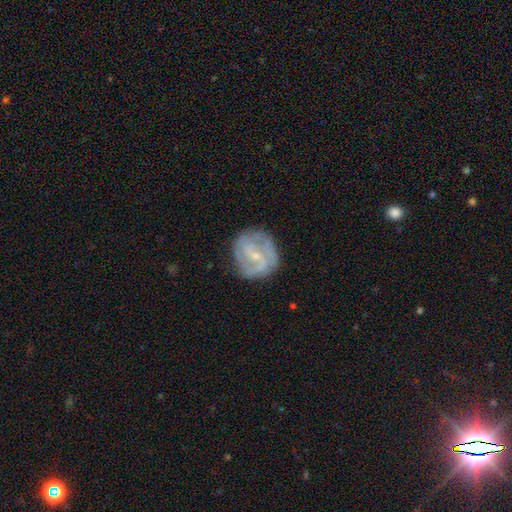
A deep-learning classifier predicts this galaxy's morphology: A featured or disk galaxy (81%) with a weak bar (52%), 2 (58%) tight (45%) spiral arms (92%) and a small central bulge (70%).

Vote fractions:
- Smooth or featured? featured or disk: 81% / smooth: 13% / star or artifact: 6%
- Edge-on disk? no: 98% / yes: 2%
- Bar? weak: 52% / no: 31% / strong: 17%
- Spiral arms? yes: 92% / no: 8%
- Spiral winding? tight: 45% / medium: 42% / loose: 13%
- Spiral arm count? 2: 58% / can't tell: 18% / 3: 14% / 1: 4% / 4: 3% / more than 4: 3%
- Bulge size? small: 70% / moderate: 21% / none: 7% / large: 1% / dominant: 1%
- Merging? none: 75% / minor disturbance: 17% / major disturbance: 7% / merger: 1%